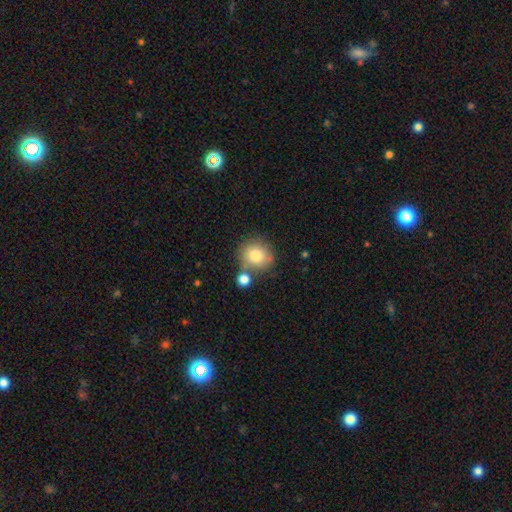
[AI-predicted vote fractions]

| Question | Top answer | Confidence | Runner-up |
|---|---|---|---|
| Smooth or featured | smooth | 80% | featured or disk (11%) |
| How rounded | round | 86% | in between (13%) |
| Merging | none | 61% | merger (20%) |